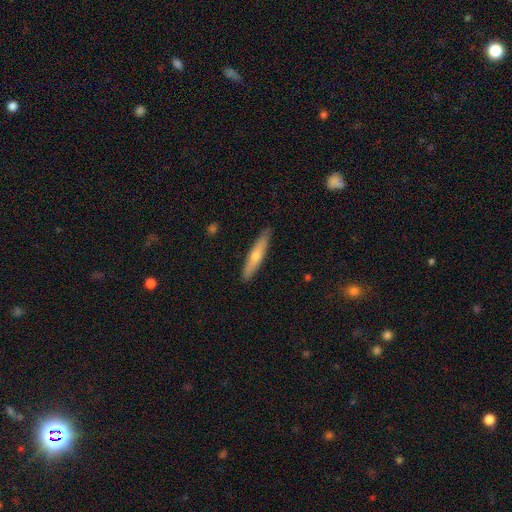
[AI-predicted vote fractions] Morphology: type=smooth (50%); merging=none (89%).